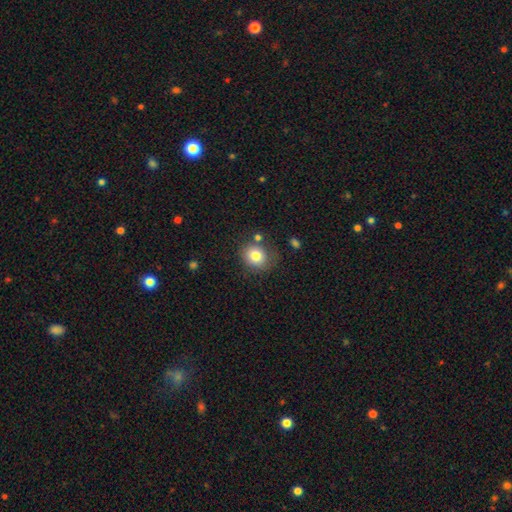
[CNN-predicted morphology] Smooth or featured: smooth — 79% (star or artifact — 10%)
How rounded: round — 72% (in between — 27%)
Merging: none — 72% (minor disturbance — 15%)